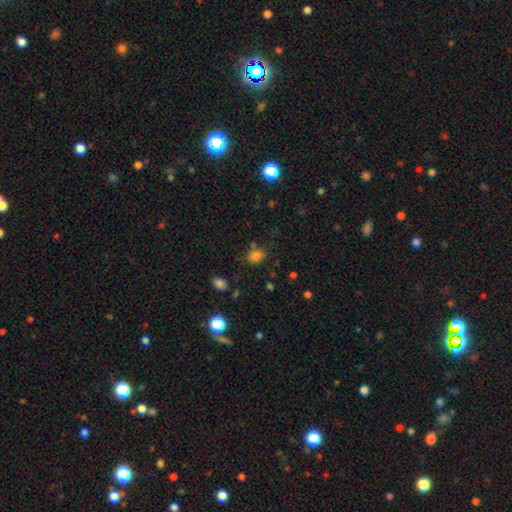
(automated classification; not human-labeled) A smooth galaxy with no disk features (78%) that is round (52%). Merging: none (70%).